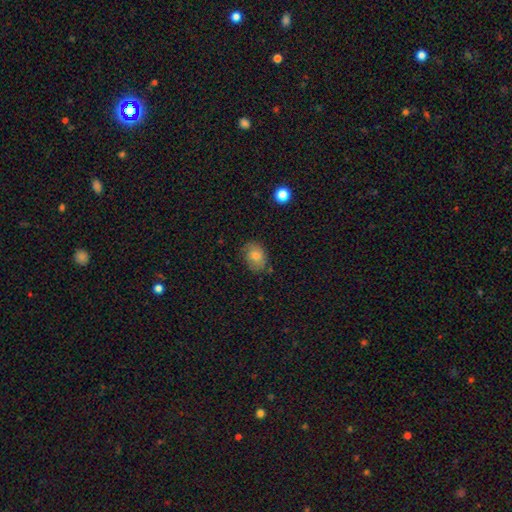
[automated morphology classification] Smooth or featured?
  - smooth: 74% *
  - featured or disk: 16%
  - star or artifact: 10%
How rounded?
  - in between: 62% *
  - round: 37%
  - cigar-shaped: 1%
Merging?
  - none: 78% *
  - minor disturbance: 17%
  - major disturbance: 4%
  - merger: 2%